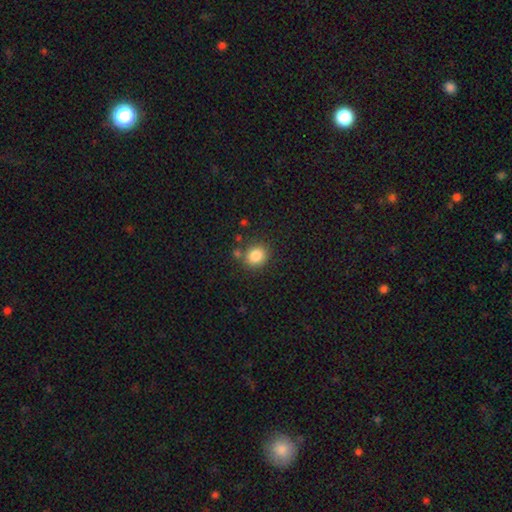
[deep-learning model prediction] Morphology: type=smooth (85%); roundness=round (73%); merging=none (78%).